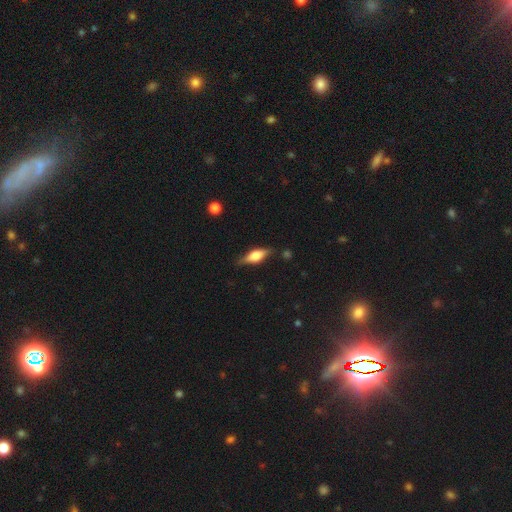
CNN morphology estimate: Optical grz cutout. It shows a featured or disk galaxy (50%) viewed edge-on (92%). Merging: none (78%).